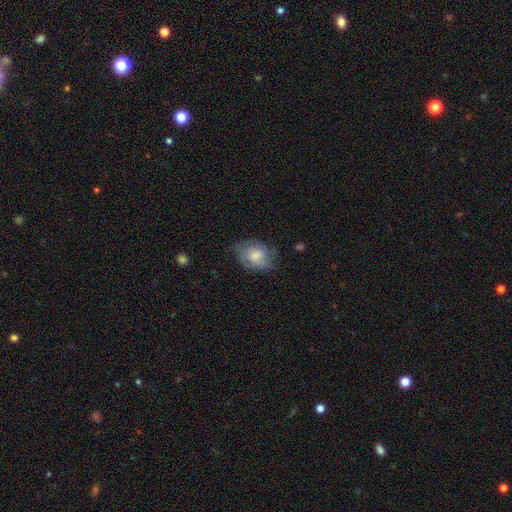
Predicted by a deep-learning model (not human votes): Smooth or featured?
  - smooth: 55% *
  - featured or disk: 37%
  - star or artifact: 8%
How rounded?
  - in between: 67% *
  - round: 32%
  - cigar-shaped: 1%
Merging?
  - none: 56% *
  - minor disturbance: 30%
  - major disturbance: 13%
  - merger: 1%